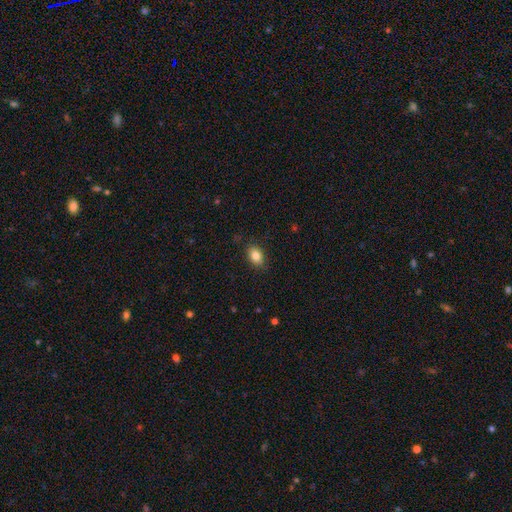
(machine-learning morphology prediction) This is clearly a smooth galaxy (84%). How rounded: clearly in between (80%). Merging: clearly none (83%).